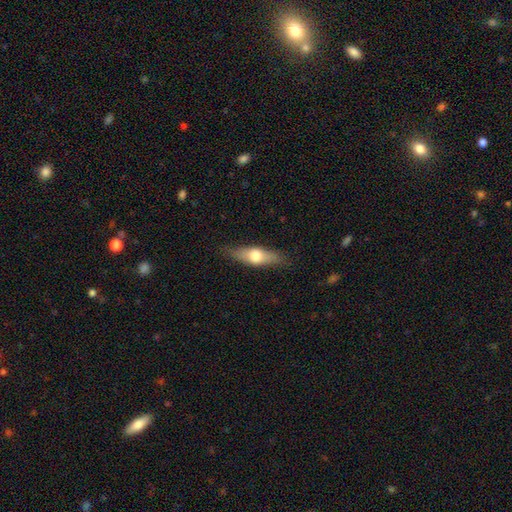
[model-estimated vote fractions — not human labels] Smooth or featured: smooth — 56% (featured or disk — 38%)
How rounded: cigar-shaped — 49% (in between — 48%)
Merging: none — 83% (minor disturbance — 13%)